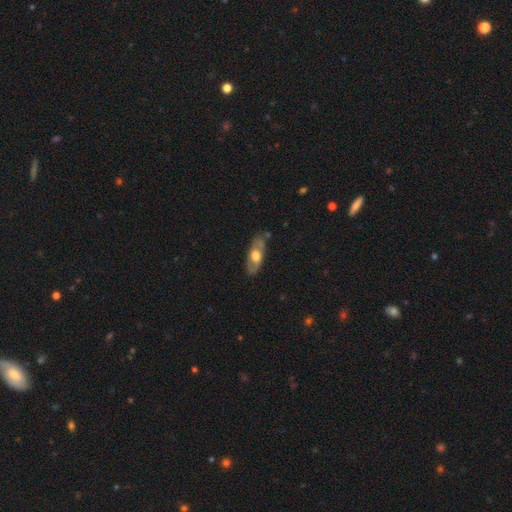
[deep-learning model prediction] A smooth galaxy with no disk features (47%, tied with featured or disk).

Vote fractions:
- Smooth or featured? smooth: 47% (tied) / featured or disk: 47% (tied) / star or artifact: 6%
- Merging? none: 76% / minor disturbance: 17% / major disturbance: 4% / merger: 3%